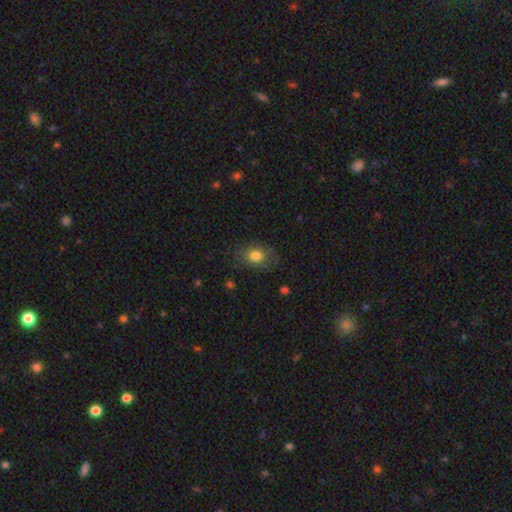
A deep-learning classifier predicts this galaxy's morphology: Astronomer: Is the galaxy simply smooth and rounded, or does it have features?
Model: smooth — 75%.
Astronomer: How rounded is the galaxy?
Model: in between — 66%.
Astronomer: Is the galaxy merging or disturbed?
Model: none — 73%.